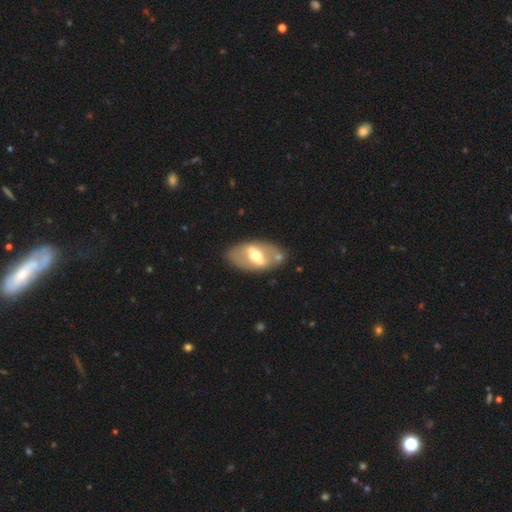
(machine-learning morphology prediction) Overall: featured or disk (60%; smooth 34%). Edge-on disk: no (84%). Bar: strong (55%; weak 29%). Spiral arms: no (82%). Bulge size: moderate (67%). Merging: none (73%).